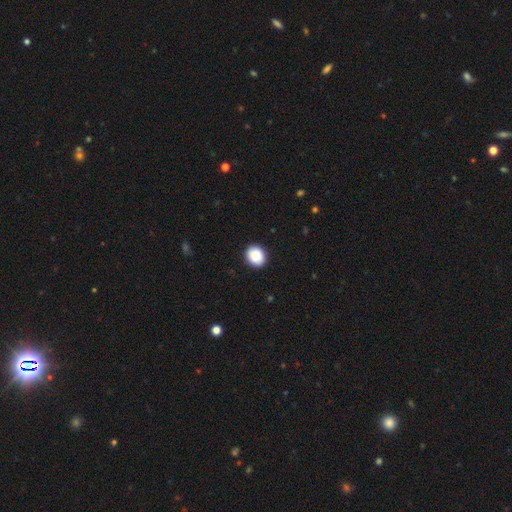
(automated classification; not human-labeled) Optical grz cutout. It shows a smooth galaxy with no disk features (89%) that is round (70%). Merging: none (90%).